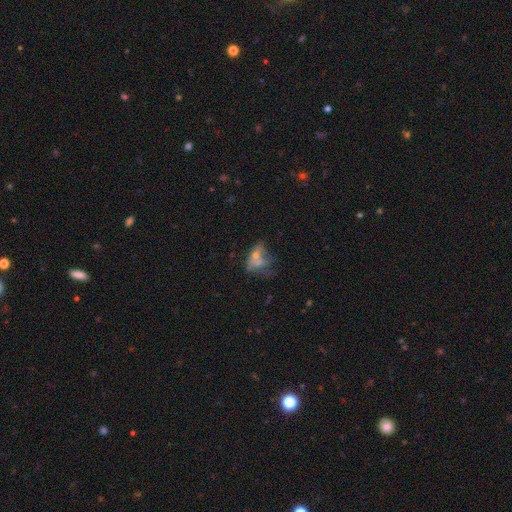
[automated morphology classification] This appears to be a smooth galaxy with no disk features (47%). Merging: merger (32%).